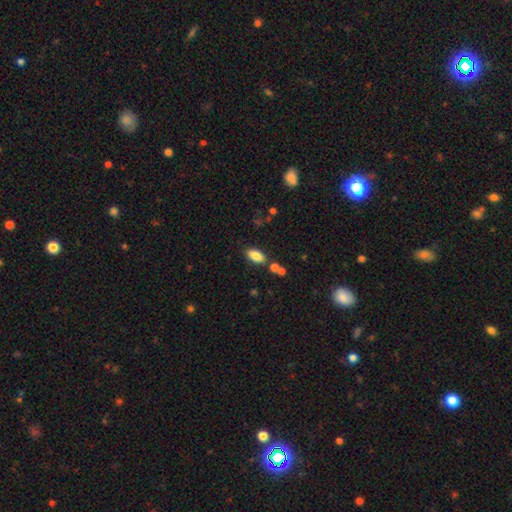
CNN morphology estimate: smooth 85%, star or artifact 8%, featured or disk 7%. Down the decision tree: how rounded — in between (90%); merging — none (76%).